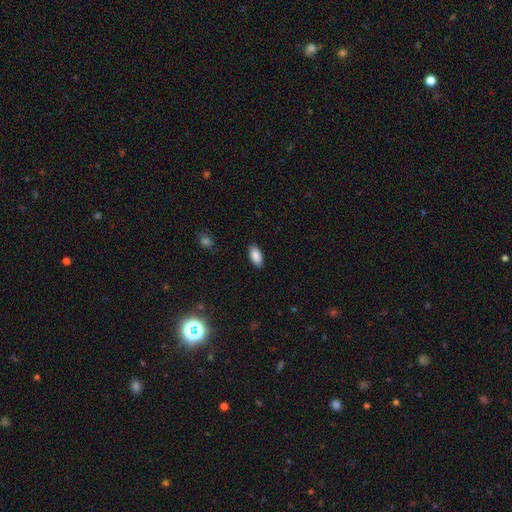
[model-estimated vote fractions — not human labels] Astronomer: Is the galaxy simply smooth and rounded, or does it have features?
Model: smooth — 89%.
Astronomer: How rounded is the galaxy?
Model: in between — 92%.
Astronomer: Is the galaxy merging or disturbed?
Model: none — 88%.